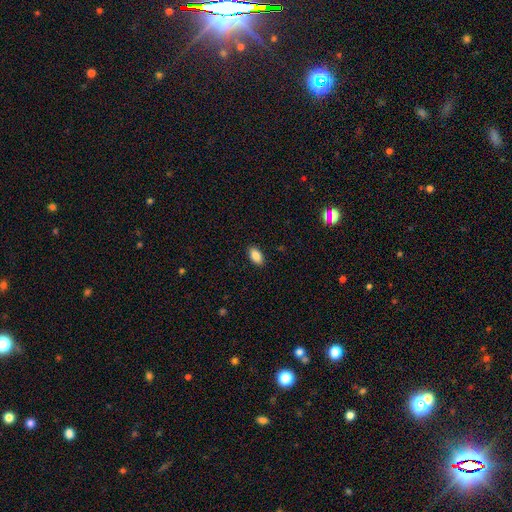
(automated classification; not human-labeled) A smooth galaxy with no disk features (86%) that is in between round and cigar-shaped (92%). Merging: none (89%).